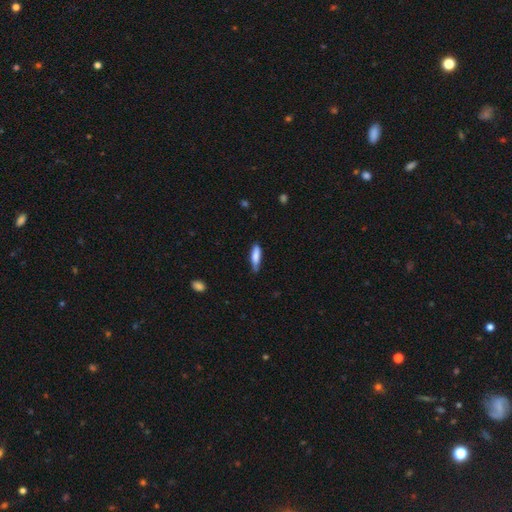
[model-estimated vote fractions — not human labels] smooth 81%, featured or disk 13%, star or artifact 6%. Down the decision tree: how rounded — cigar-shaped (61%); merging — none (64%).